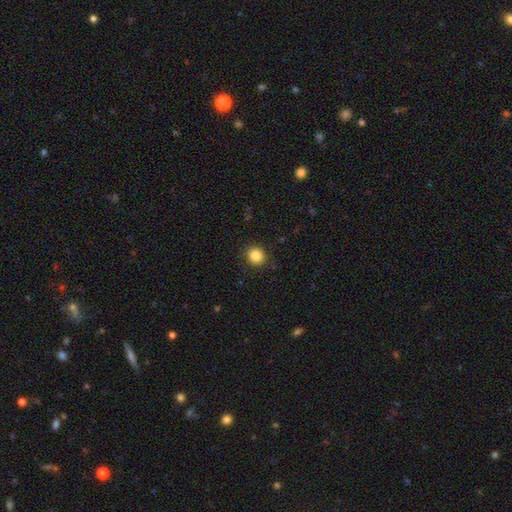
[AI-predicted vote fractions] A smooth galaxy with no disk features (85%) that is round (87%).

Vote fractions:
- Smooth or featured? smooth: 85% / star or artifact: 10% / featured or disk: 4%
- How rounded? round: 87% / in between: 12% / cigar-shaped: 1%
- Merging? none: 91% / minor disturbance: 6% / major disturbance: 2% / merger: 1%